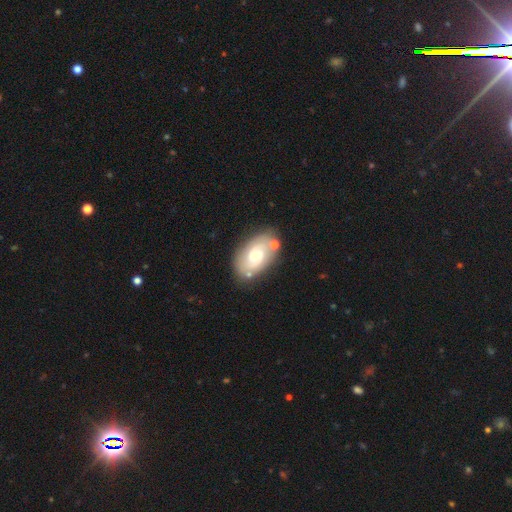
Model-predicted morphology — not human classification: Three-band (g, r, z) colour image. It shows a featured or disk galaxy (60%) with no bar (71%), spiral arms (76%) and a moderate central bulge (54%). Merging: none (69%).